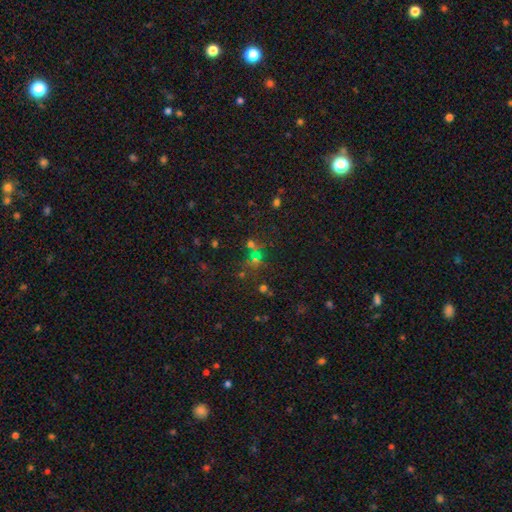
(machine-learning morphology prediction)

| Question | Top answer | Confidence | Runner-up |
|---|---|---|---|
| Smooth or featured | star or artifact | 51% | smooth (36%) |